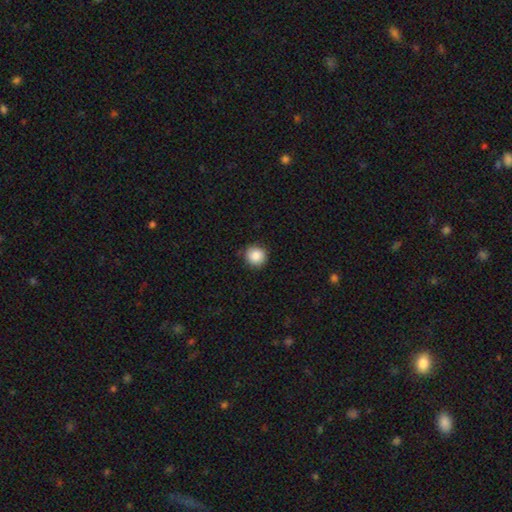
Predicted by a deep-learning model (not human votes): A smooth galaxy with no disk features (87%) that is round (93%).

Vote fractions:
- Smooth or featured? smooth: 87% / star or artifact: 9% / featured or disk: 4%
- How rounded? round: 93% / in between: 6% / cigar-shaped: 1%
- Merging? none: 87% / minor disturbance: 10% / major disturbance: 2% / merger: 1%